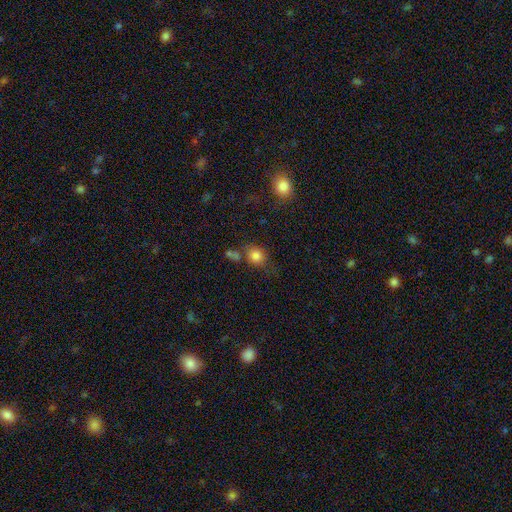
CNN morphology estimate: A smooth galaxy with no disk features (81%) that is round (74%). Merging: none (60%).